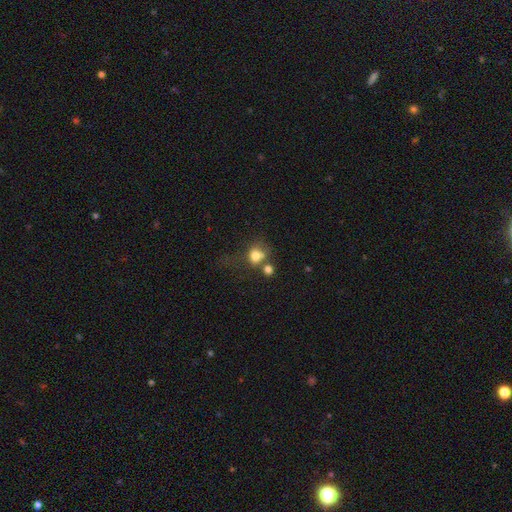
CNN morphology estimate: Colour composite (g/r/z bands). It shows a smooth galaxy with no disk features (71%) that is round (63%). Merging: merger (37%).